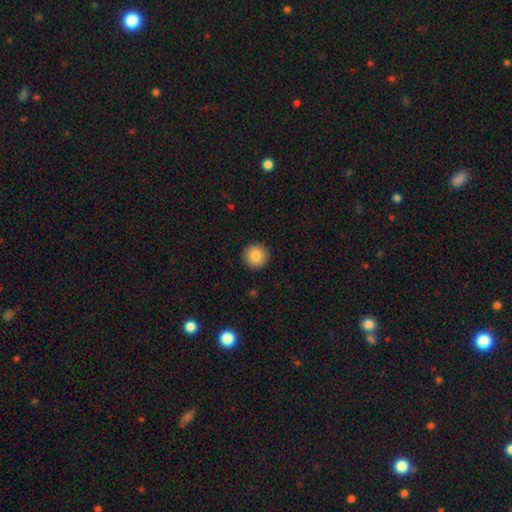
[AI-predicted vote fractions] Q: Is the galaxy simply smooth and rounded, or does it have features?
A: smooth — 86%.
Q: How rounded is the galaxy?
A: round — 95%.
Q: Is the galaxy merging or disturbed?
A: none — 92%.